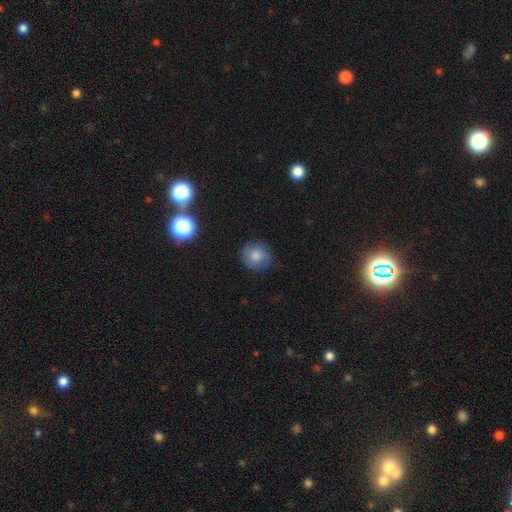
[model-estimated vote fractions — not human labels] Morphology: type=smooth (76%); roundness=round (90%); merging=none (81%).